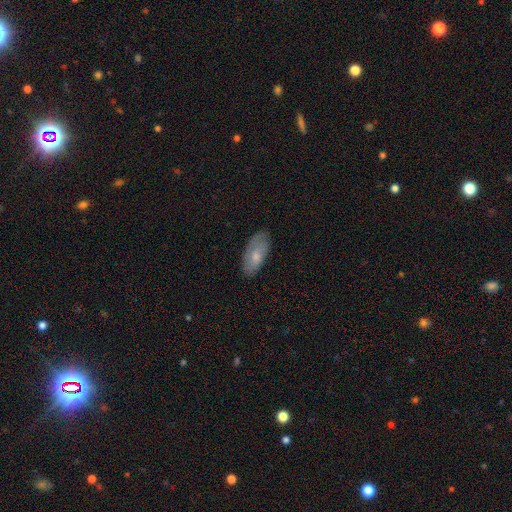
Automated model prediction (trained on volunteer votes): Overall: smooth (64%; featured or disk 30%). How rounded: in between (88%). Merging: none (74%).